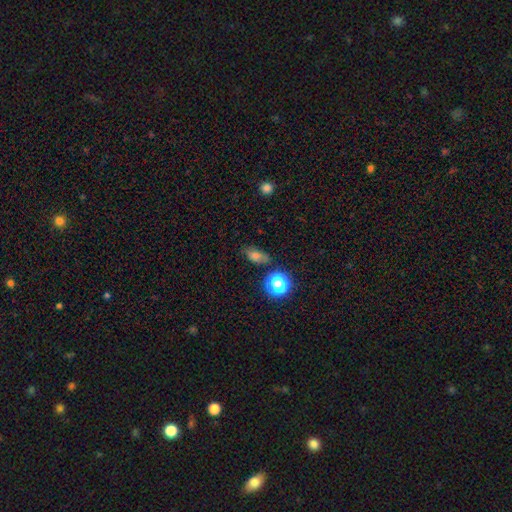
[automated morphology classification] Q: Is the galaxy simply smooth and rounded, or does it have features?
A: smooth — 66%.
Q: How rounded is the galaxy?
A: in between — 72%.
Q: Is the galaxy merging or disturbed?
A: none — 79%.